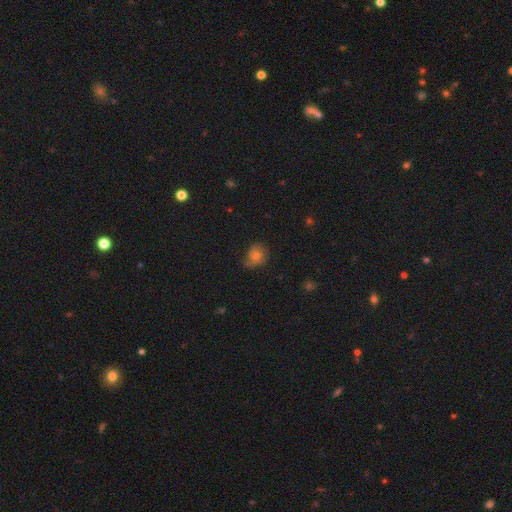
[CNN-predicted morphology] Smooth or featured: smooth — 60% (featured or disk — 27%)
How rounded: round — 56% (in between — 43%)
Merging: none — 56% (minor disturbance — 31%)